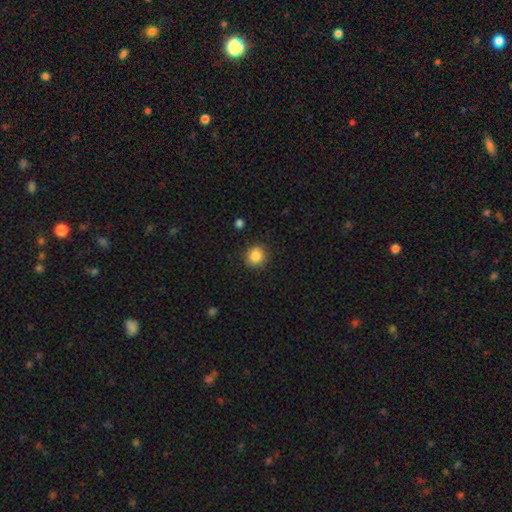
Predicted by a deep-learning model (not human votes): A smooth galaxy with no disk features (87%) that is round (86%).

Vote fractions:
- Smooth or featured? smooth: 87% / star or artifact: 9% / featured or disk: 4%
- How rounded? round: 86% / in between: 13% / cigar-shaped: 1%
- Merging? none: 87% / minor disturbance: 9% / major disturbance: 2% / merger: 1%